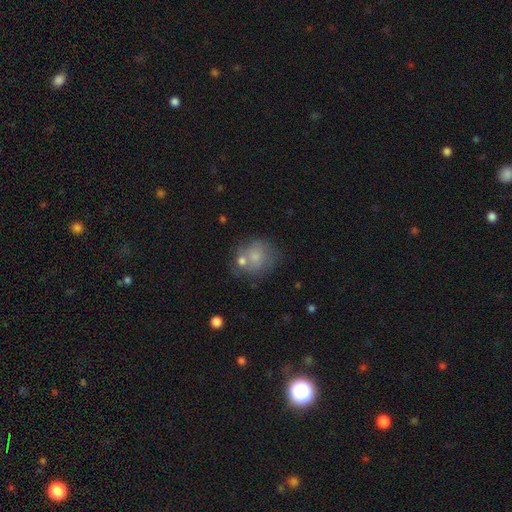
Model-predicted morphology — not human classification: Q: Smooth or featured?
A: smooth (60%); runner-up: featured or disk (24%)
Q: How rounded?
A: round (77%); runner-up: in between (21%)
Q: Merging?
A: none (55%); runner-up: merger (23%)